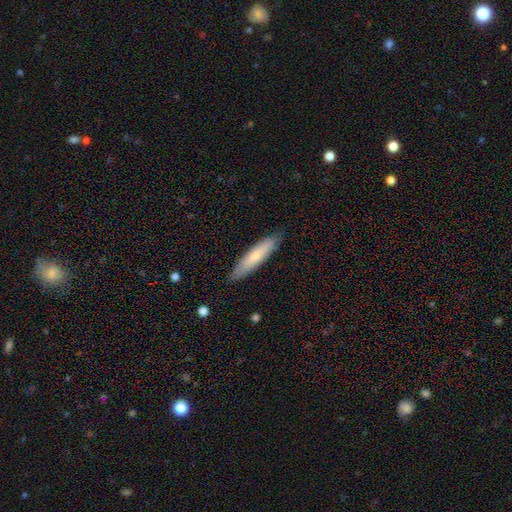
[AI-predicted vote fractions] Smooth or featured?
  - smooth: 71% *
  - featured or disk: 23%
  - star or artifact: 5%
How rounded?
  - cigar-shaped: 81% *
  - in between: 18%
  - round: 1%
Merging?
  - none: 87% *
  - minor disturbance: 10%
  - major disturbance: 2%
  - merger: 1%